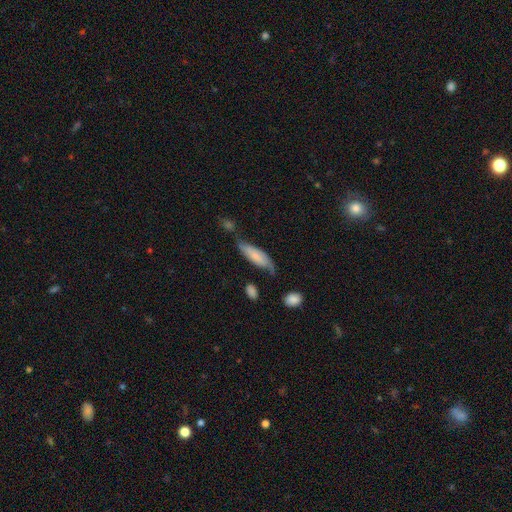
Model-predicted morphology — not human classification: Smooth or featured?
  - smooth: 65% *
  - featured or disk: 29%
  - star or artifact: 6%
How rounded?
  - cigar-shaped: 50% *
  - in between: 48%
  - round: 2%
Merging?
  - none: 48% *
  - minor disturbance: 31%
  - major disturbance: 11%
  - merger: 10%